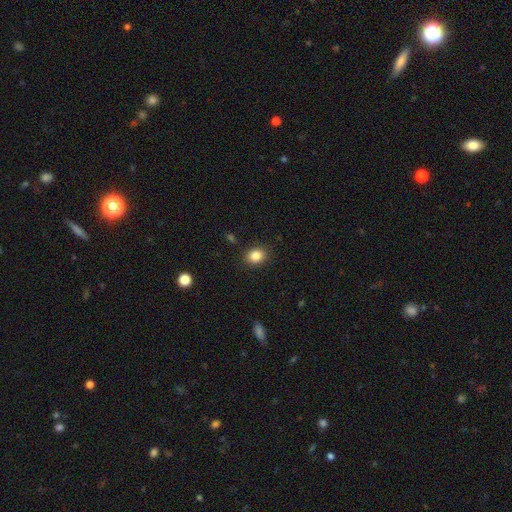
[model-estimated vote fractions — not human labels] The model was most divided on "how rounded": round: 56%, in between: 43%, cigar-shaped: 1%. More confident: merging — none (88%); smooth or featured — smooth (85%).